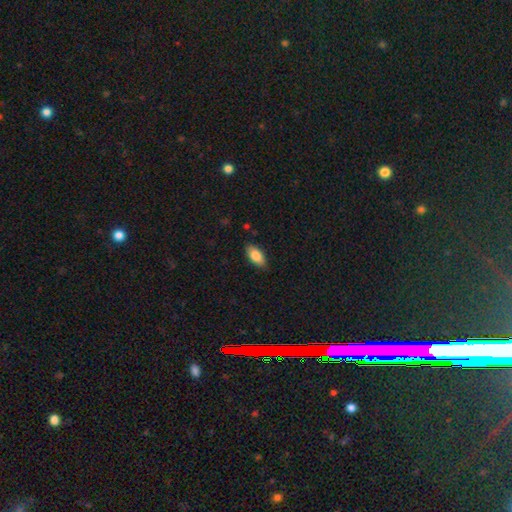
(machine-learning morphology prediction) Q: Smooth or featured?
A: smooth (84%); runner-up: featured or disk (9%)
Q: How rounded?
A: in between (90%); runner-up: cigar-shaped (7%)
Q: Merging?
A: none (86%); runner-up: minor disturbance (10%)